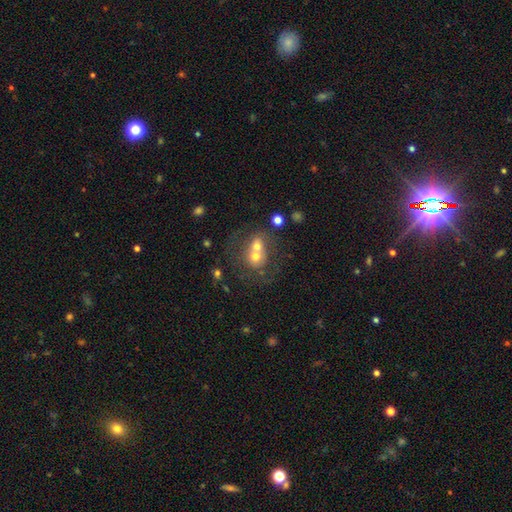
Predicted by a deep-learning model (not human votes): The model was most divided on "smooth or featured": smooth: 54%, featured or disk: 35%, star or artifact: 11%. More confident: how rounded — round (67%); merging — merger (67%).